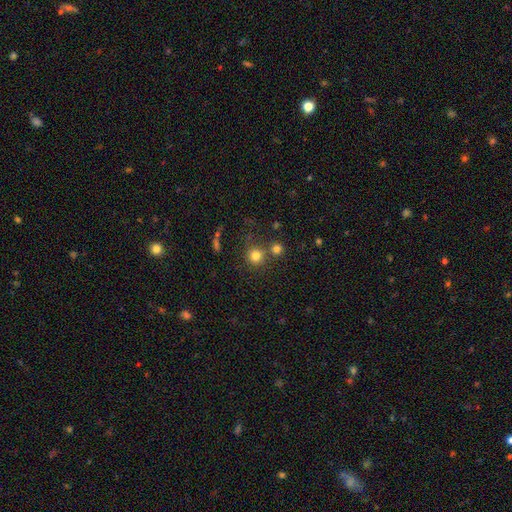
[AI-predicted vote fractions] Smooth or featured?
  - smooth: 79% *
  - star or artifact: 15%
  - featured or disk: 7%
How rounded?
  - round: 93% *
  - in between: 6%
  - cigar-shaped: 1%
Merging?
  - none: 71% *
  - merger: 18%
  - minor disturbance: 8%
  - major disturbance: 4%